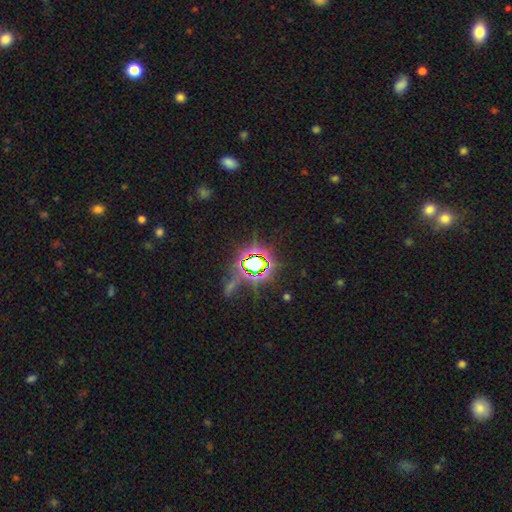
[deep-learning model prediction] Overall: star or artifact (80%).